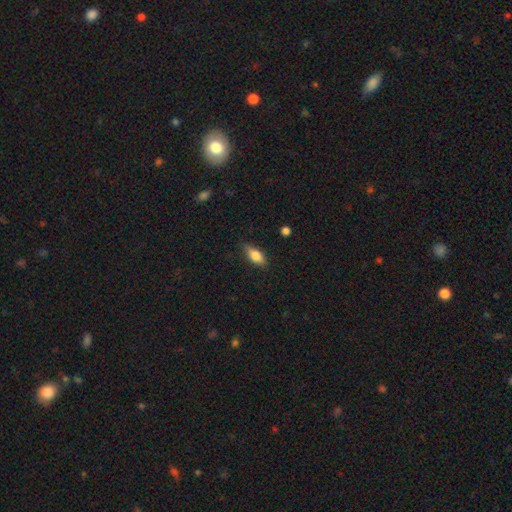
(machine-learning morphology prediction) Smooth or featured? Predicted: smooth (p=0.77). How rounded? Predicted: in between (p=0.79). Merging? Predicted: none (p=0.77).